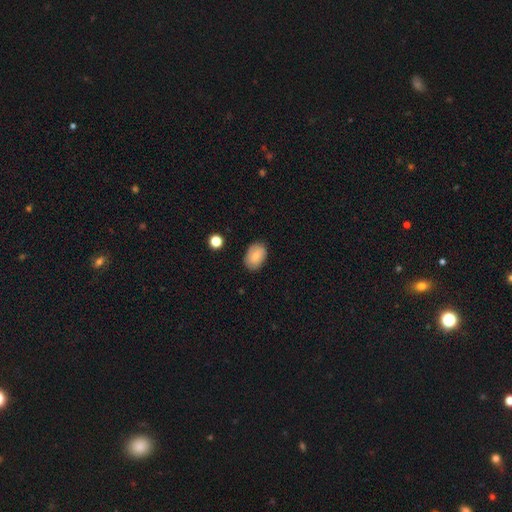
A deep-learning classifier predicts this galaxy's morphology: Q: Smooth or featured?
A: smooth (80%); runner-up: featured or disk (13%)
Q: How rounded?
A: in between (84%); runner-up: round (15%)
Q: Merging?
A: none (82%); runner-up: minor disturbance (14%)